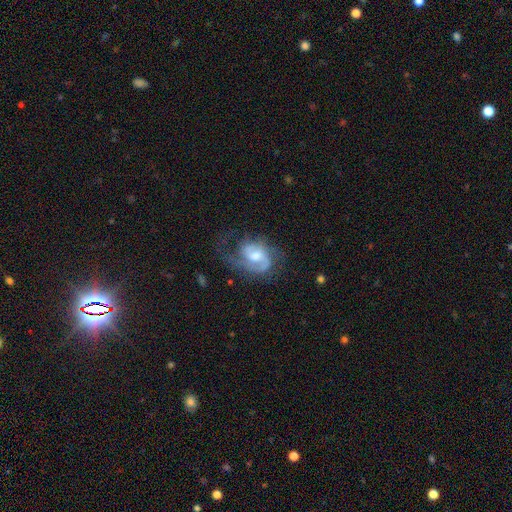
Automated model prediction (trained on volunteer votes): Smooth or featured? featured or disk (78%)
Edge-on disk? no (97%)
Bar? no (49%)
Spiral arms? yes (91%)
Spiral winding? medium (45%)
Spiral arm count? 2 (51%)
Bulge size? moderate (60%)
Merging? none (44%)